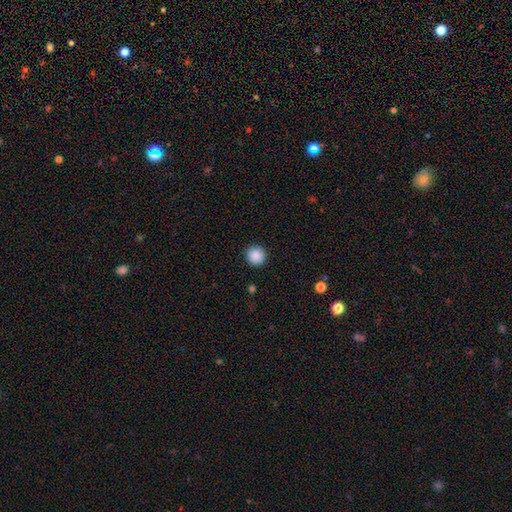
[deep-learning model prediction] smooth-or-featured: smooth: 89% | star or artifact: 9% | featured or disk: 3%
  how-rounded: round: 95% | in between: 4% | cigar-shaped: 1%
  merging: none: 92% | minor disturbance: 5% | major disturbance: 2% | merger: 1%